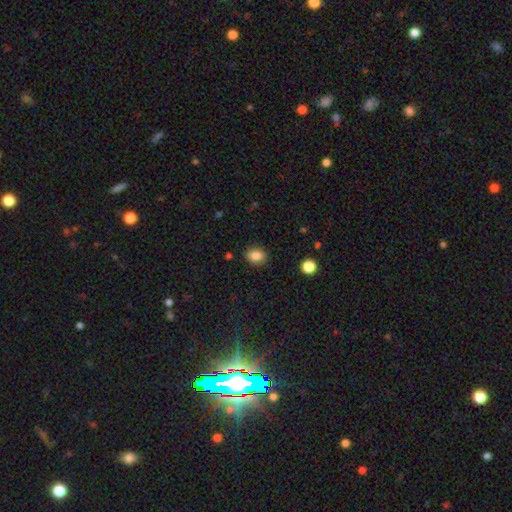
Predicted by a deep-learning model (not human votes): This appears to be a smooth galaxy with no disk features (85%) that is in between round and cigar-shaped (58%). Merging: none (87%).